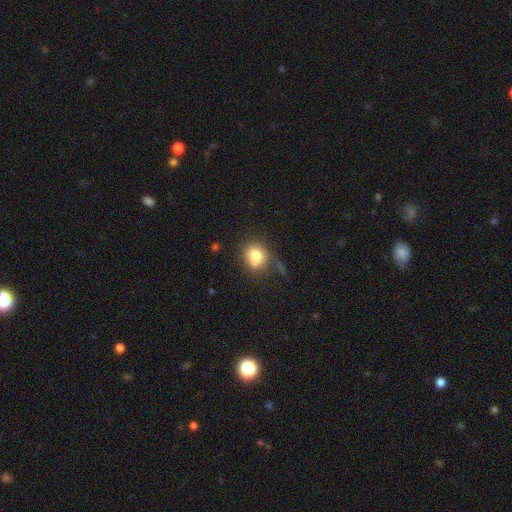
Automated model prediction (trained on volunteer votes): Smooth or featured: smooth — 79% (featured or disk — 11%)
How rounded: round — 77% (in between — 21%)
Merging: none — 62% (minor disturbance — 22%)